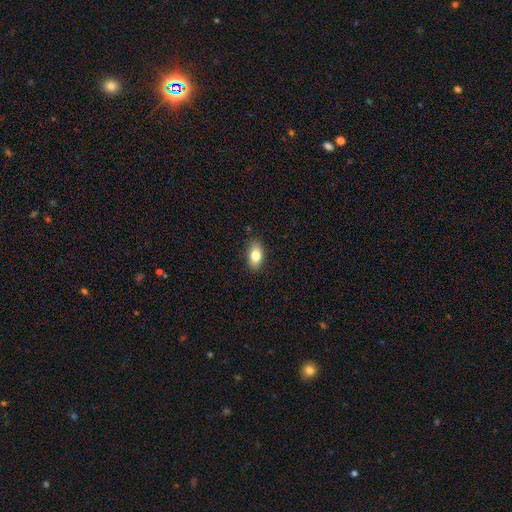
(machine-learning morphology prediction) smooth_or_featured: smooth (p=0.82) [alt: featured or disk p=0.11]
how_rounded: in between (p=0.90) [alt: round p=0.07]
merging: none (p=0.86) [alt: minor disturbance p=0.11]